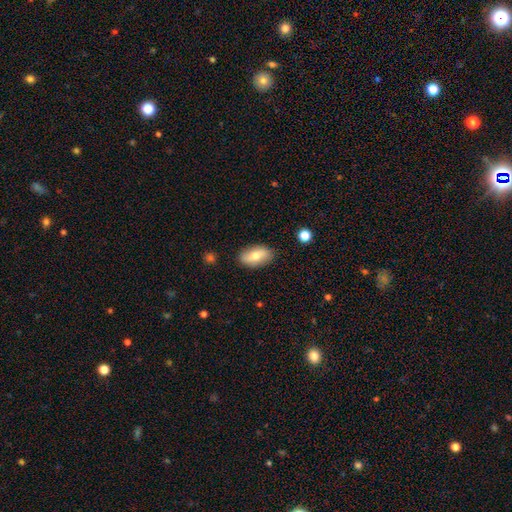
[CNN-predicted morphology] Smooth or featured? Predicted: smooth (p=0.68). How rounded? Predicted: in between (p=0.91). Merging? Predicted: none (p=0.85).